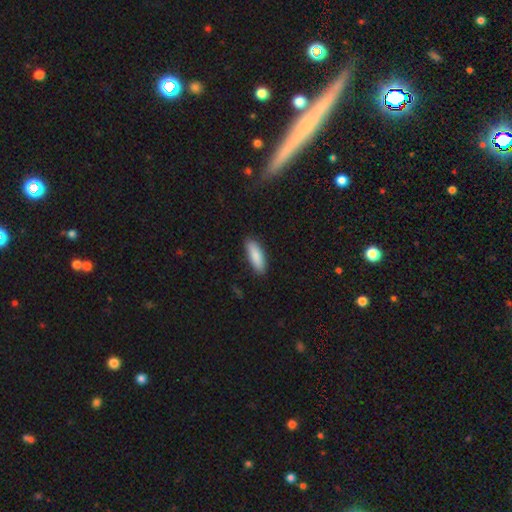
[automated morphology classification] smooth_or_featured: smooth (p=0.87) [alt: featured or disk p=0.07]
how_rounded: in between (p=0.56) [alt: cigar-shaped p=0.42]
merging: none (p=0.87) [alt: minor disturbance p=0.10]